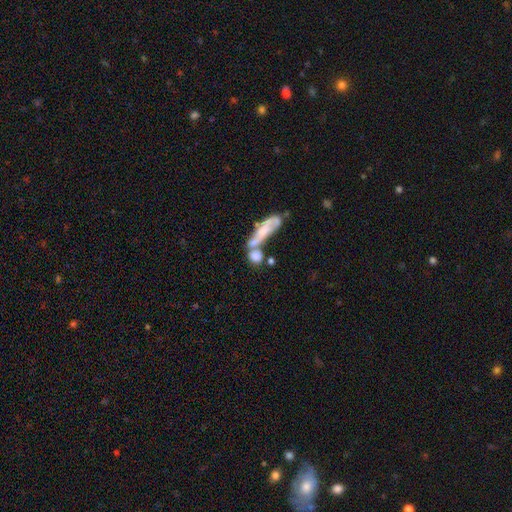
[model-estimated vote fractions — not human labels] Q: Smooth or featured?
A: smooth (63%); runner-up: featured or disk (28%)
Q: How rounded?
A: in between (34%); tied with: round (34%)
Q: Merging?
A: merger (51%); runner-up: none (27%)